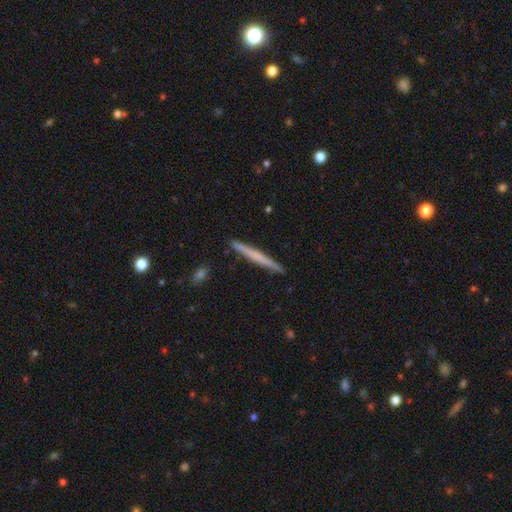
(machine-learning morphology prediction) smooth_or_featured: smooth (p=0.50) [alt: featured or disk p=0.44]
how_rounded: cigar-shaped (p=0.97) [alt: in between p=0.02]
merging: none (p=0.92) [alt: minor disturbance p=0.06]